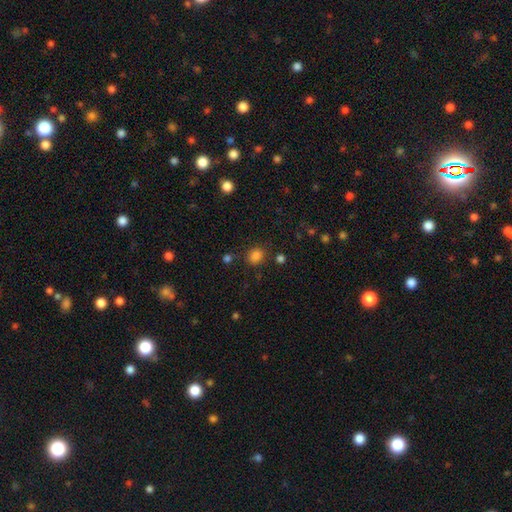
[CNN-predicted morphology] The model was most divided on "how rounded": round: 58%, in between: 41%, cigar-shaped: 1%. More confident: smooth or featured — smooth (82%); merging — none (79%).